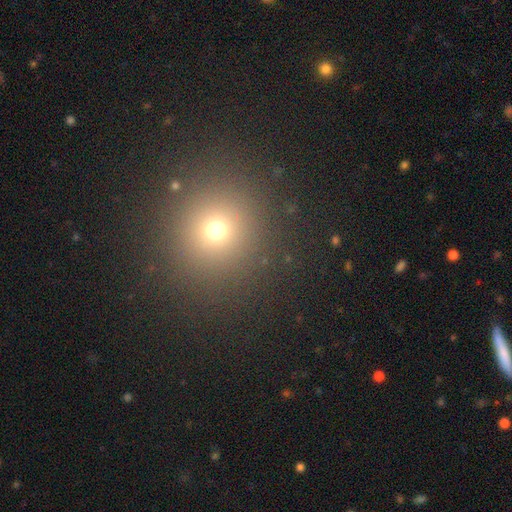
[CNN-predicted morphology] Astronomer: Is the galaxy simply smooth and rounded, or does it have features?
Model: smooth — 61%.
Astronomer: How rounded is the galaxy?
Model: round — 94%.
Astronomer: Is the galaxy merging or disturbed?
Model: none — 92%.